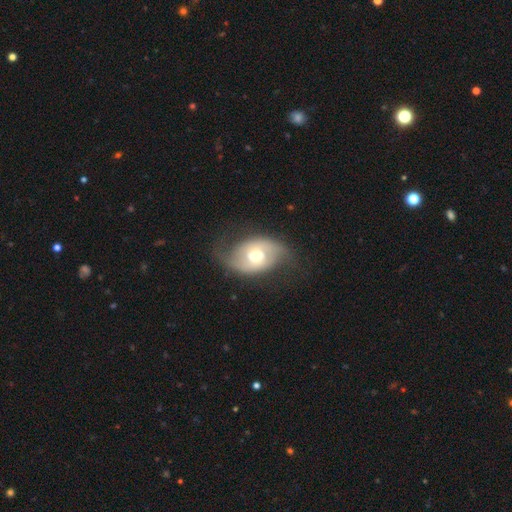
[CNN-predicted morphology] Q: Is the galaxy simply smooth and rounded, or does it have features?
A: featured or disk — 75%.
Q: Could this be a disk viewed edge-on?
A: no — 96%.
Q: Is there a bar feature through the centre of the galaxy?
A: no — 56%.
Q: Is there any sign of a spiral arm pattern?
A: yes — 87%.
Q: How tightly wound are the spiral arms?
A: loose — 41%.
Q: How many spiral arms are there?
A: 2 — 88%.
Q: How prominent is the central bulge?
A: moderate — 73%.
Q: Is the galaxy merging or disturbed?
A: none — 66%.